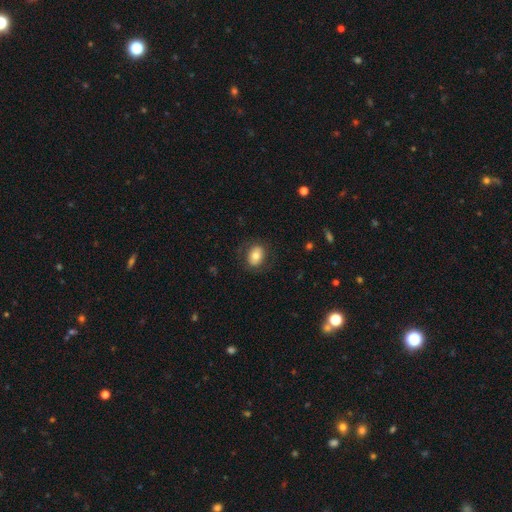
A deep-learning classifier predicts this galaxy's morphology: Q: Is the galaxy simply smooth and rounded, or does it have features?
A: smooth — 76%.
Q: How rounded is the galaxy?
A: in between — 66%.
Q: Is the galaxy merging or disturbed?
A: none — 80%.